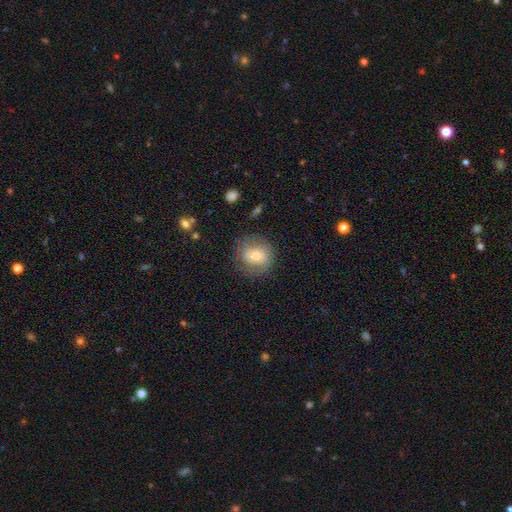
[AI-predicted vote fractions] featured or disk 46%, smooth 45%, star or artifact 9%. Down the decision tree: merging — none (75%).